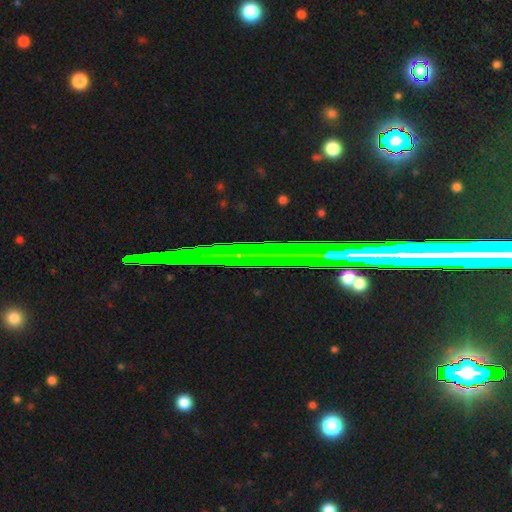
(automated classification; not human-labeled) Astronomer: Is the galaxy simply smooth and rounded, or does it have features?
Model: star or artifact — 68%.